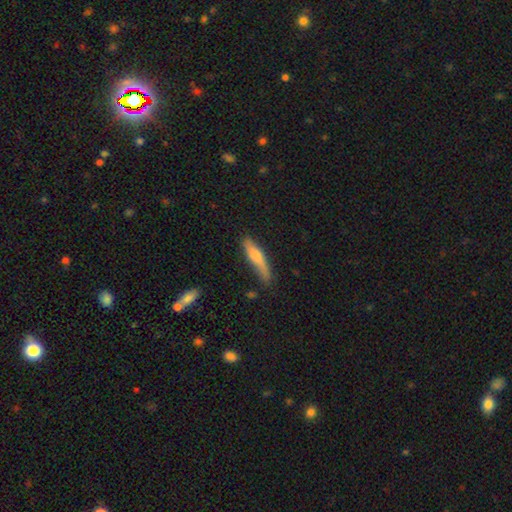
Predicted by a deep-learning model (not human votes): A smooth galaxy with no disk features (66%) that is cigar-shaped (81%).

Vote fractions:
- Smooth or featured? smooth: 66% / featured or disk: 28% / star or artifact: 6%
- How rounded? cigar-shaped: 81% / in between: 18% / round: 2%
- Merging? none: 63% / minor disturbance: 27% / major disturbance: 6% / merger: 3%